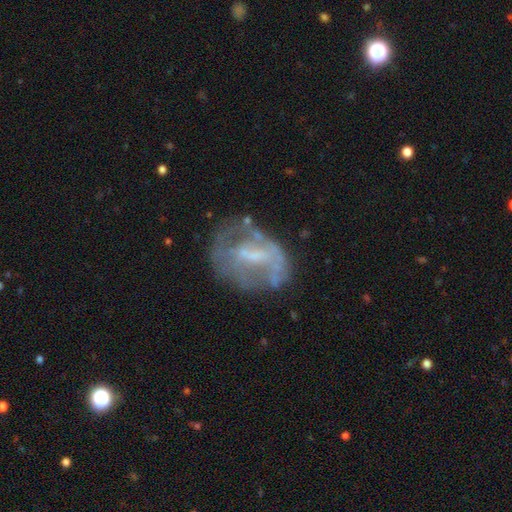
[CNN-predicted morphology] Smooth or featured?
  - featured or disk: 66% *
  - smooth: 24%
  - star or artifact: 10%
Edge-on disk?
  - no: 96% *
  - yes: 4%
Bar?
  - weak: 44% *
  - no: 34%
  - strong: 22%
Spiral arms?
  - no: 61% *
  - yes: 39%
Bulge size?
  - small: 40% *
  - none: 30%
  - moderate: 26%
  - large: 3%
  - dominant: 1%
Merging?
  - none: 52% *
  - minor disturbance: 23%
  - major disturbance: 21%
  - merger: 4%